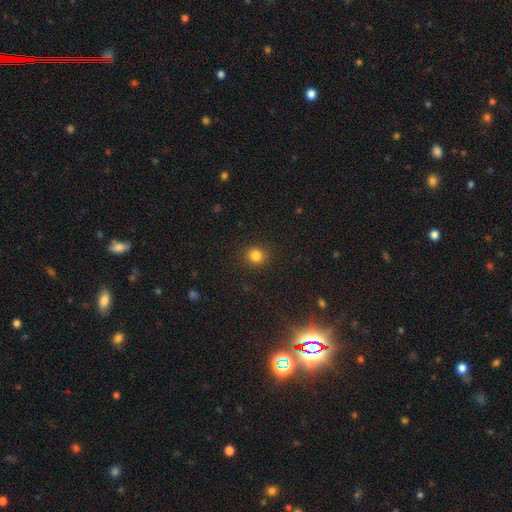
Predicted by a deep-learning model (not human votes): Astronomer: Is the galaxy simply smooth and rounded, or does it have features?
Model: smooth — 83%.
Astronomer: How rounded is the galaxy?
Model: round — 86%.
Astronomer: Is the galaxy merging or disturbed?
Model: none — 90%.